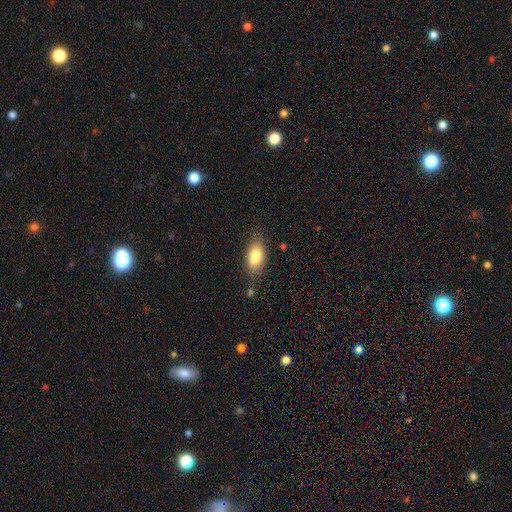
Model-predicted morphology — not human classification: Overall: smooth (81%). How rounded: in between (89%). Merging: none (78%).